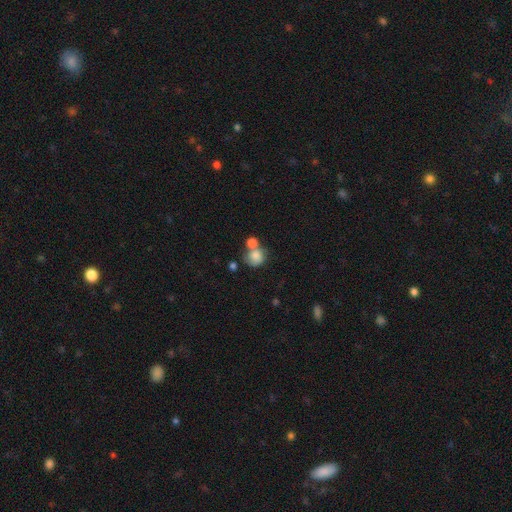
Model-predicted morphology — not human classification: smooth_or_featured: smooth (p=0.77) [alt: featured or disk p=0.13]
how_rounded: round (p=0.79) [alt: in between p=0.20]
merging: merger (p=0.42) [alt: none p=0.37]